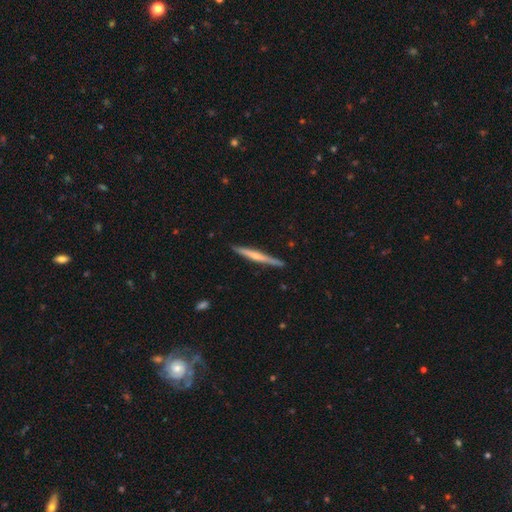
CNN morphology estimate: Smooth or featured?
  - featured or disk: 61% *
  - smooth: 34%
  - star or artifact: 5%
Edge-on disk?
  - yes: 98% *
  - no: 2%
Edge-on bulge?
  - rounded: 61% *
  - none: 30%
  - boxy: 8%
Merging?
  - none: 90% *
  - minor disturbance: 7%
  - major disturbance: 1%
  - merger: 1%